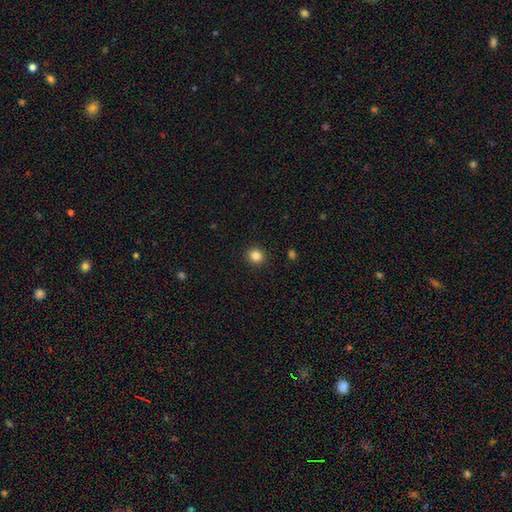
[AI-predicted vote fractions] smooth-or-featured: smooth: 85% | star or artifact: 11% | featured or disk: 4%
  how-rounded: round: 87% | in between: 12% | cigar-shaped: 1%
  merging: none: 91% | minor disturbance: 6% | major disturbance: 2% | merger: 1%